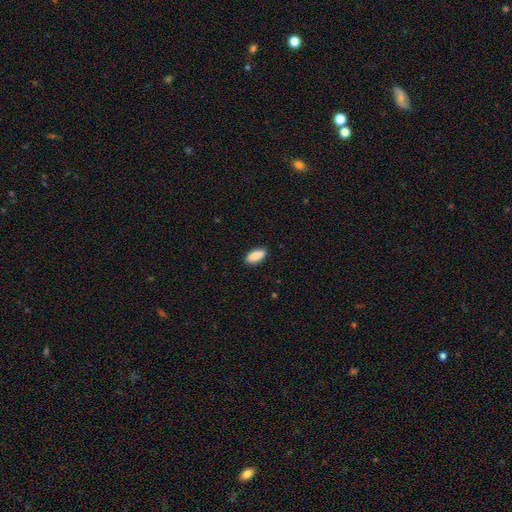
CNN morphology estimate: Smooth or featured: smooth — 87% (featured or disk — 6%)
How rounded: in between — 82% (cigar-shaped — 16%)
Merging: none — 87% (minor disturbance — 10%)